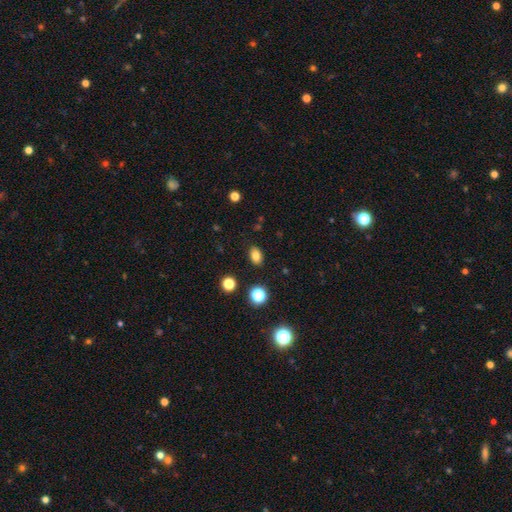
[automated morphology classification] Overall: smooth (81%). How rounded: in between (81%). Merging: none (87%).